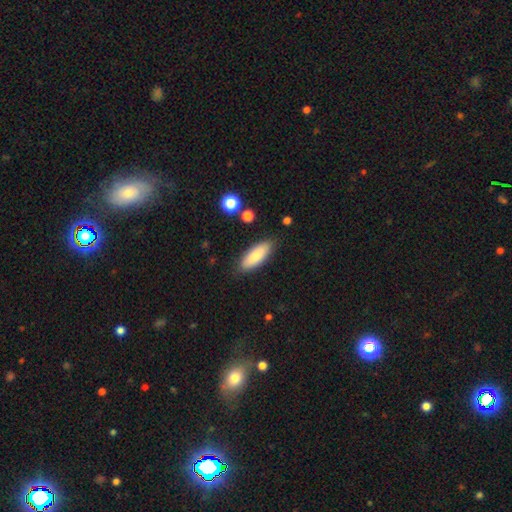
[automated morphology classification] Overall: smooth (82%). How rounded: in between (65%; cigar-shaped 33%). Merging: none (85%).